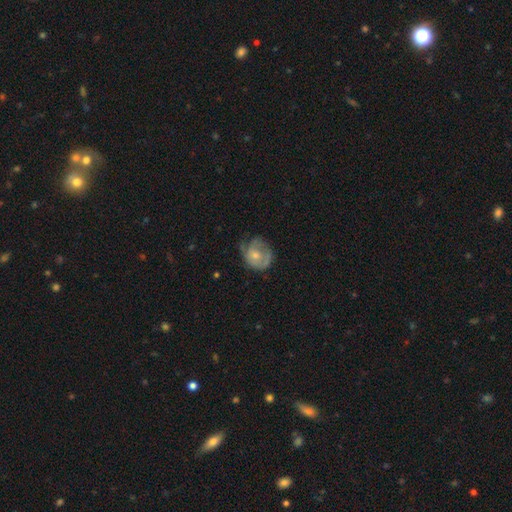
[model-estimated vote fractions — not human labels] Smooth or featured: featured or disk — 50% (smooth — 43%)
Merging: none — 41% (minor disturbance — 33%)